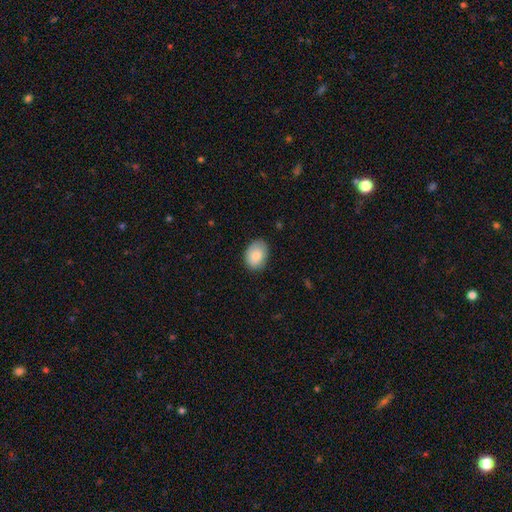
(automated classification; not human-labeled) This is clearly a smooth galaxy (84%). How rounded: likely in between (77%). Merging: likely none (79%).